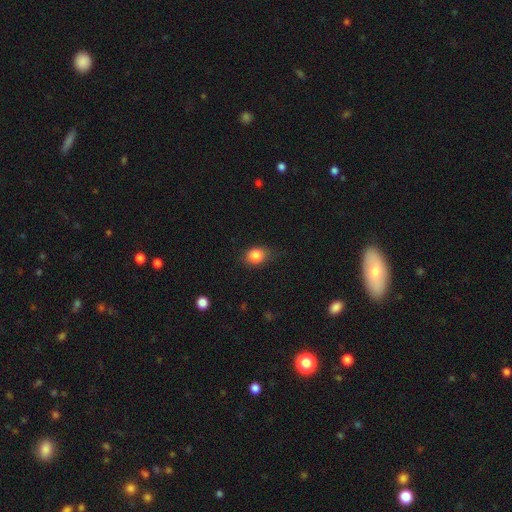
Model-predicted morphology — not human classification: A smooth galaxy with no disk features (84%) that is round (52%). Merging: none (72%).